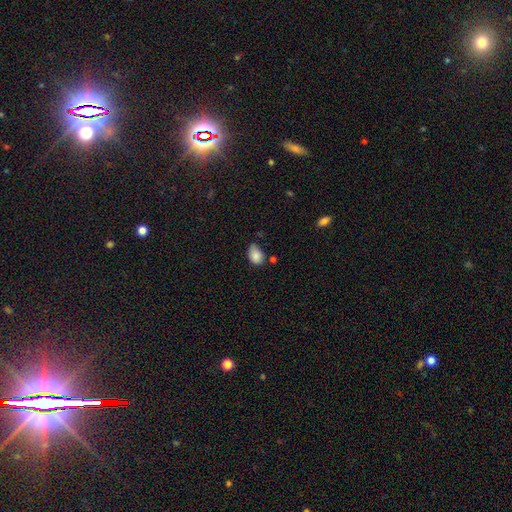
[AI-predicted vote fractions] smooth 85%, star or artifact 8%, featured or disk 7%. Down the decision tree: how rounded — in between (82%); merging — none (48%).